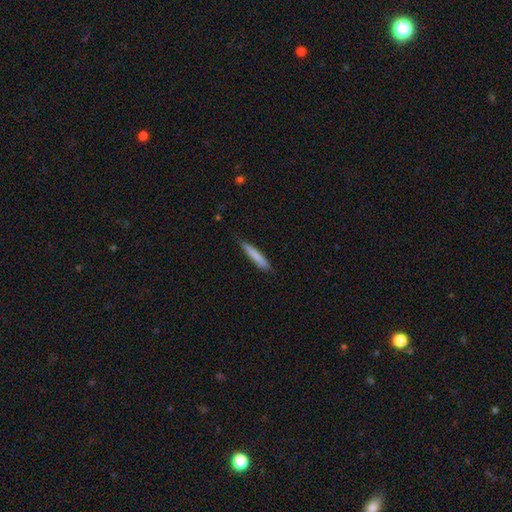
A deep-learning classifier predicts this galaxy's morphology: Smooth or featured? smooth (80%)
How rounded? cigar-shaped (94%)
Merging? none (86%)